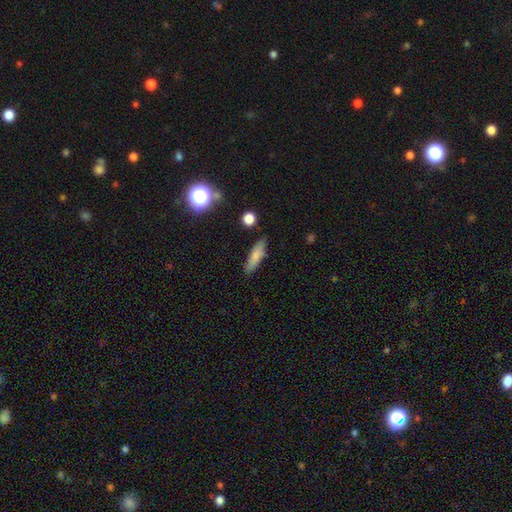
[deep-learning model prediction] Smooth or featured? smooth (78%)
How rounded? cigar-shaped (66%)
Merging? none (81%)